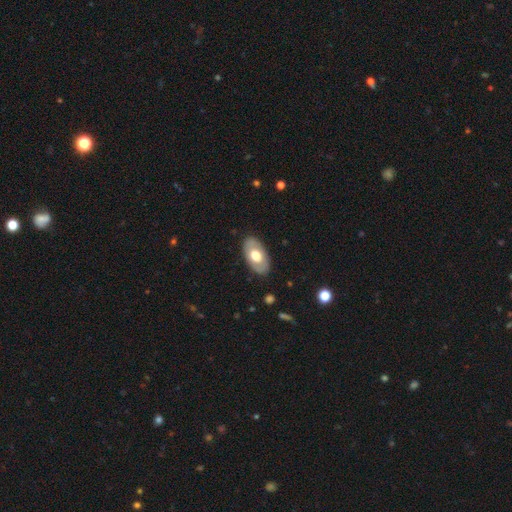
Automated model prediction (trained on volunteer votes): Smooth or featured?
  - smooth: 55% *
  - featured or disk: 39%
  - star or artifact: 5%
How rounded?
  - in between: 92% *
  - round: 6%
  - cigar-shaped: 2%
Merging?
  - none: 84% *
  - minor disturbance: 12%
  - major disturbance: 3%
  - merger: 1%